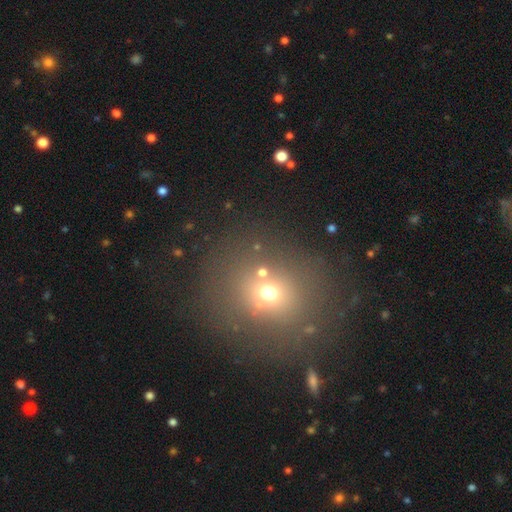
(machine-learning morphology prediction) smooth_or_featured: smooth (p=0.51) [alt: star or artifact p=0.36]
how_rounded: round (p=0.82) [alt: in between p=0.16]
merging: none (p=0.74) [alt: merger p=0.12]